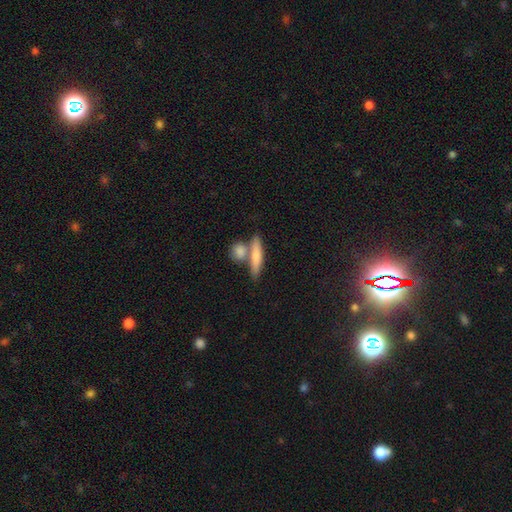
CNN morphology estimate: smooth_or_featured: smooth (p=0.70) [alt: featured or disk p=0.24]
how_rounded: cigar-shaped (p=0.71) [alt: in between p=0.22]
merging: none (p=0.57) [alt: merger p=0.29]